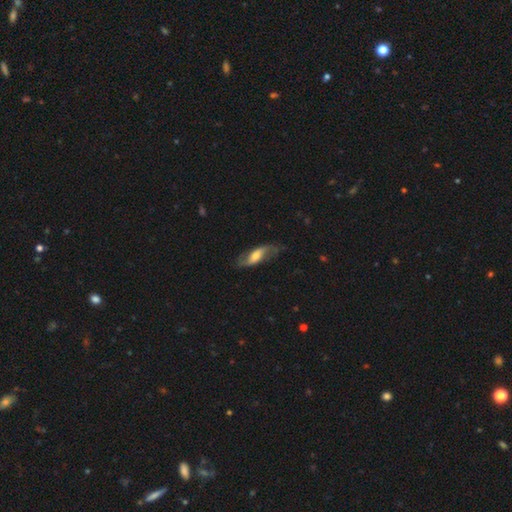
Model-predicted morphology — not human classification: Smooth or featured? Predicted: featured or disk (p=0.62). Edge-on disk? Predicted: no (p=0.83). Bar? Predicted: weak (p=0.38). Spiral arms? Predicted: yes (p=0.87). Bulge size? Predicted: moderate (p=0.50). Merging? Predicted: none (p=0.68).